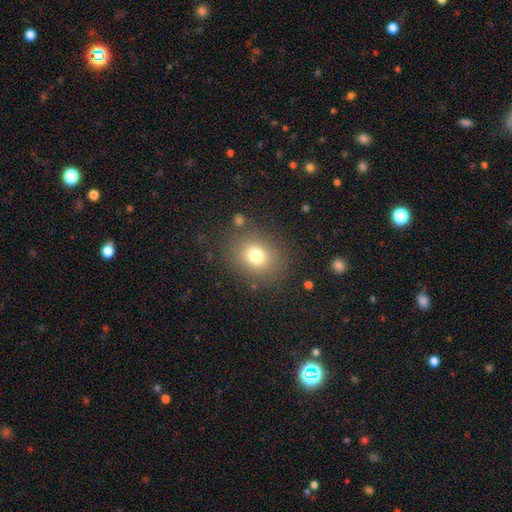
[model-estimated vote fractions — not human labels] A smooth galaxy with no disk features (75%) that is round (64%).

Vote fractions:
- Smooth or featured? smooth: 75% / star or artifact: 14% / featured or disk: 10%
- How rounded? round: 64% / in between: 35% / cigar-shaped: 1%
- Merging? none: 82% / minor disturbance: 10% / major disturbance: 5% / merger: 3%